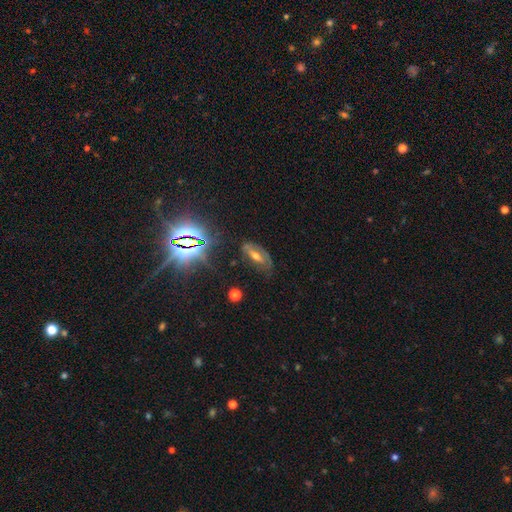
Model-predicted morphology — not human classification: Overall: featured or disk (48%; smooth 27%). Merging: none (60%; minor disturbance 24%).